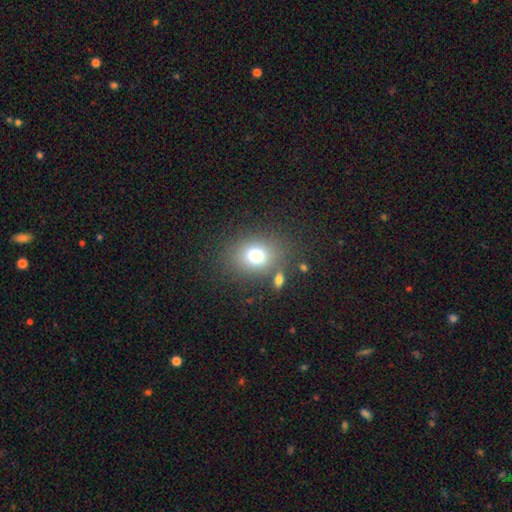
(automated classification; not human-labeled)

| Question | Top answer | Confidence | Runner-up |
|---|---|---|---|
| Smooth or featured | smooth | 76% | star or artifact (14%) |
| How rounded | round | 57% | in between (42%) |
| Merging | none | 76% | minor disturbance (11%) |